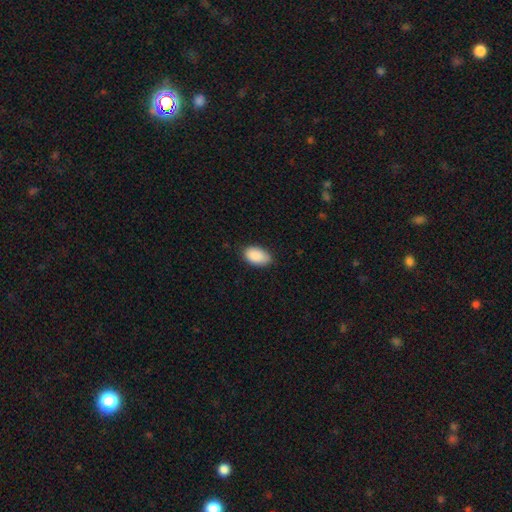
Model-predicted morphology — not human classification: type=smooth (90%); roundness=in between (94%); merging=none (76%).